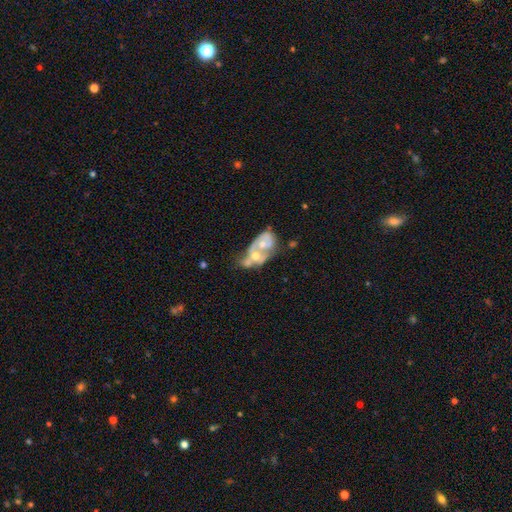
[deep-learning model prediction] smooth-or-featured: featured or disk: 65% | smooth: 27% | star or artifact: 8%
  disk-edge-on: no: 96% | yes: 4%
    bar: no: 85% | weak: 12% | strong: 3%
    has-spiral-arms: no: 63% | yes: 37%
    bulge-size: moderate: 64% | small: 25% | none: 5% | large: 5% | dominant: 2%
  merging: merger: 70% | none: 12% | major disturbance: 10% | minor disturbance: 8%